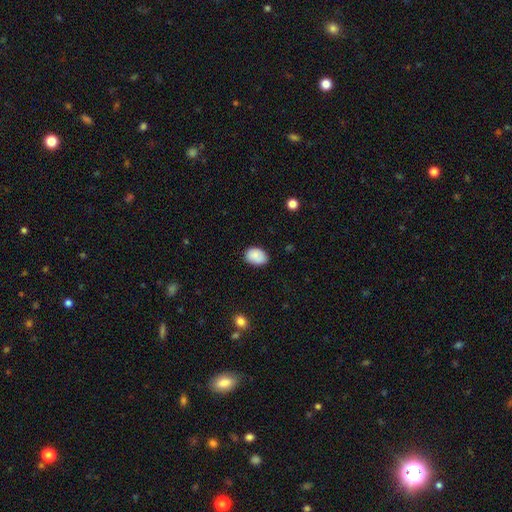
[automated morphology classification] smooth-or-featured: smooth: 88% | star or artifact: 7% | featured or disk: 5%
  how-rounded: in between: 78% | round: 21% | cigar-shaped: 1%
  merging: none: 79% | minor disturbance: 17% | major disturbance: 3% | merger: 1%